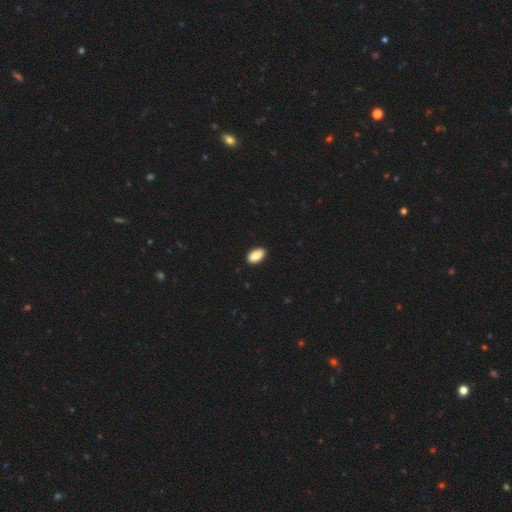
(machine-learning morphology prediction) Smooth or featured? smooth (89%)
How rounded? in between (94%)
Merging? none (89%)